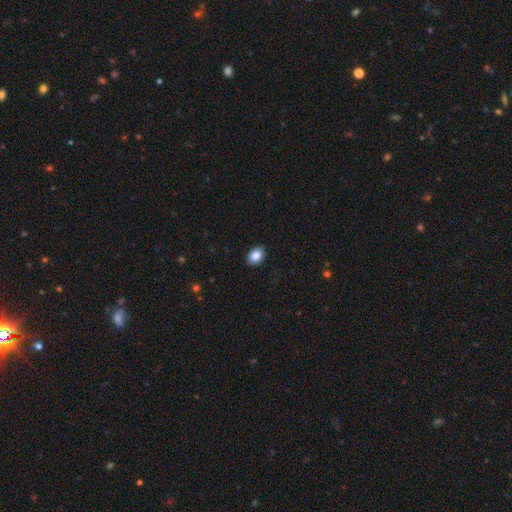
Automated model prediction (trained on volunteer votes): Morphology: type=smooth (87%); roundness=in between (78%); merging=none (86%).